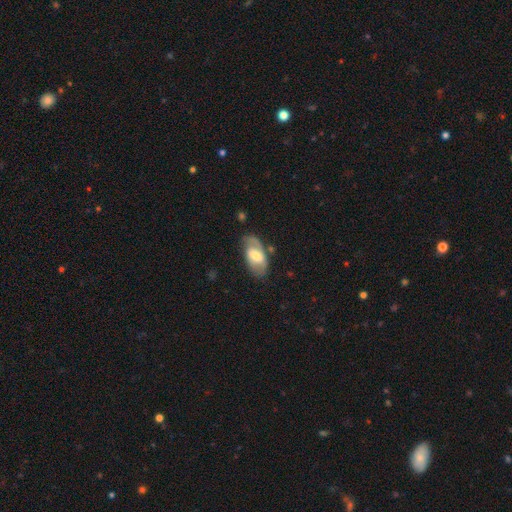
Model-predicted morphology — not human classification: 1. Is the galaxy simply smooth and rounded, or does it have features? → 50% featured or disk, 44% smooth, 6% star or artifact.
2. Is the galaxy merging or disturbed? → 68% none, 21% minor disturbance, 8% major disturbance, 3% merger.